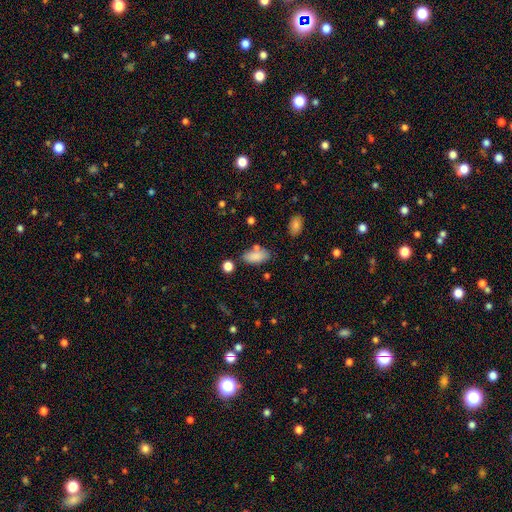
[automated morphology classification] A smooth galaxy with no disk features (83%) that is in between round and cigar-shaped (89%). Merging: none (66%).